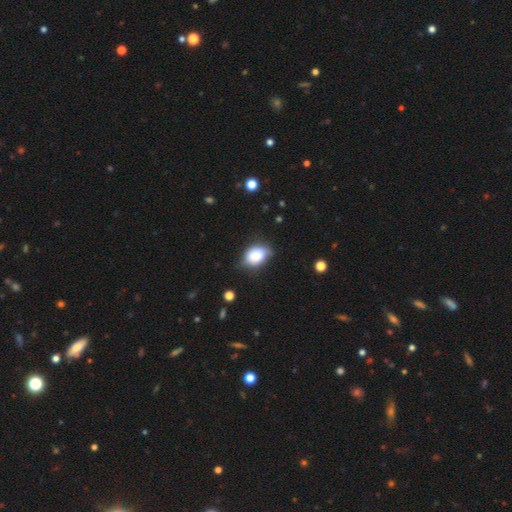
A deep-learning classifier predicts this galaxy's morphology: Overall: smooth (81%). How rounded: in between (76%). Merging: none (64%; minor disturbance 28%).